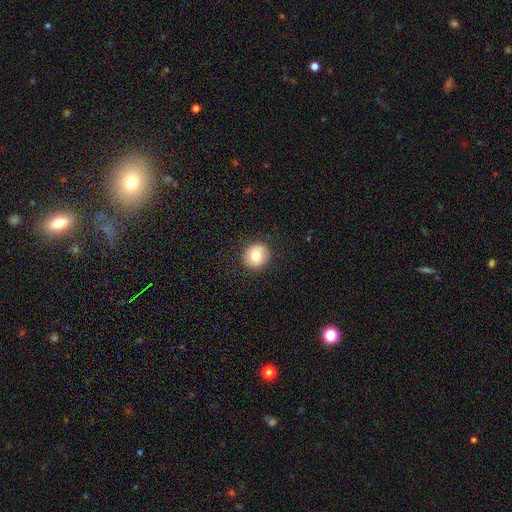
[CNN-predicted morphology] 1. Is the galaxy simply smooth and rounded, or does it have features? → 76% smooth, 15% featured or disk, 9% star or artifact.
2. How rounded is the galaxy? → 88% round, 12% in between, 1% cigar-shaped.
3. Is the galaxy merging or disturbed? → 88% none, 8% minor disturbance, 3% major disturbance, 1% merger.